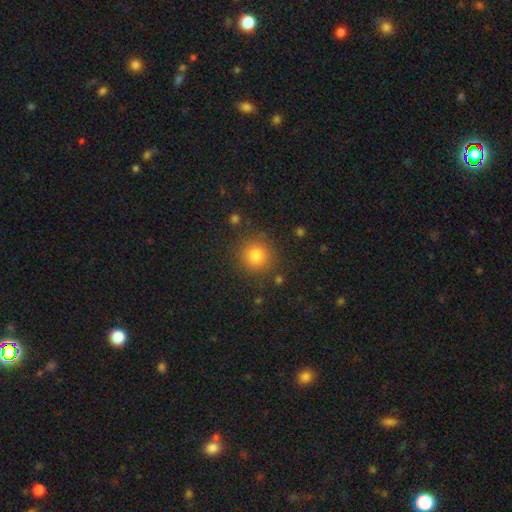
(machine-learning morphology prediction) The model was most divided on "smooth or featured": smooth: 82%, star or artifact: 13%, featured or disk: 5%. More confident: how rounded — round (94%); merging — none (87%).